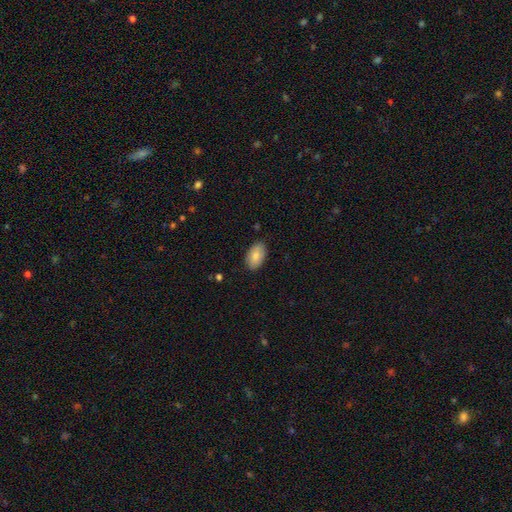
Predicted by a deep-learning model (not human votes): Q: Smooth or featured?
A: smooth (83%); runner-up: featured or disk (11%)
Q: How rounded?
A: in between (93%); runner-up: round (5%)
Q: Merging?
A: none (85%); runner-up: minor disturbance (12%)